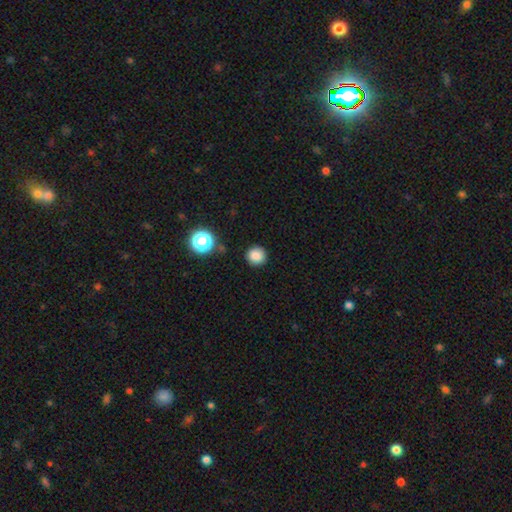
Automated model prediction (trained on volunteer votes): smooth 84%, star or artifact 12%, featured or disk 4%. Down the decision tree: how rounded — round (92%); merging — none (89%).